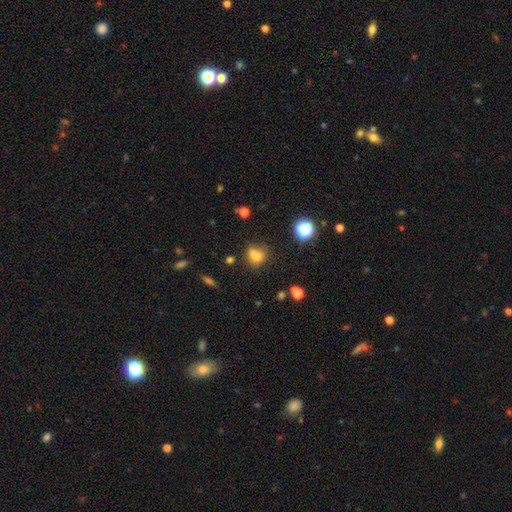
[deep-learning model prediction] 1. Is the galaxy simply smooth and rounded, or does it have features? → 70% smooth, 18% star or artifact, 12% featured or disk.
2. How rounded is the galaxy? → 61% round, 37% in between, 2% cigar-shaped.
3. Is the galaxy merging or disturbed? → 46% none, 31% merger, 16% minor disturbance, 8% major disturbance.